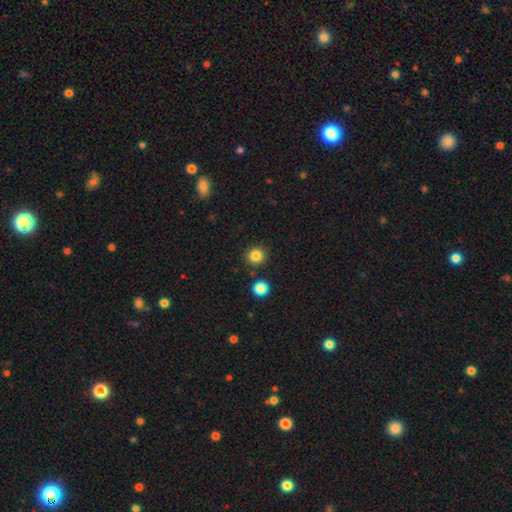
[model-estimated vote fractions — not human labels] Smooth or featured: smooth — 84% (star or artifact — 12%)
How rounded: round — 91% (in between — 8%)
Merging: none — 88% (minor disturbance — 6%)